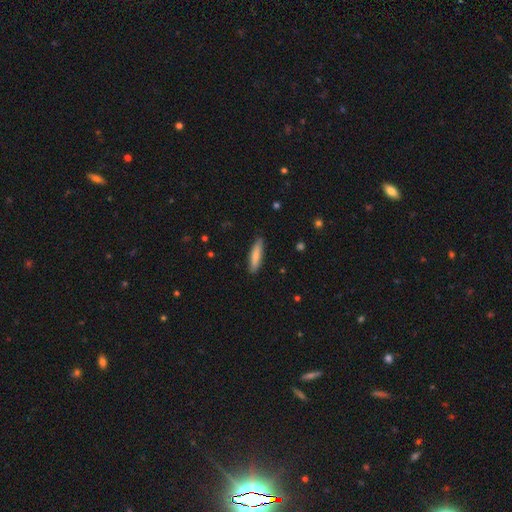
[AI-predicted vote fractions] Overall: smooth (80%). How rounded: cigar-shaped (80%). Merging: none (88%).